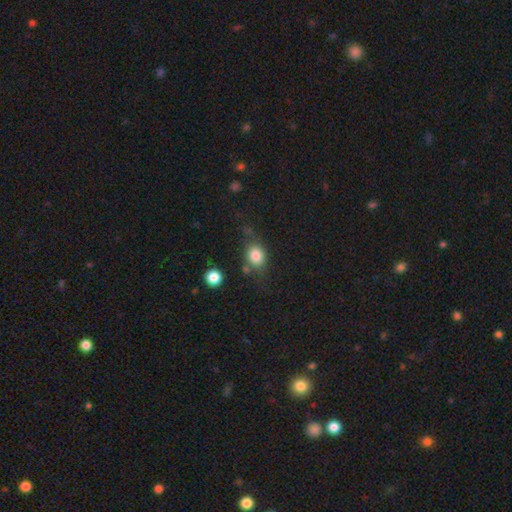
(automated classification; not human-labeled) Smooth or featured? Predicted: smooth (p=0.81). How rounded? Predicted: in between (p=0.50). Merging? Predicted: none (p=0.62).